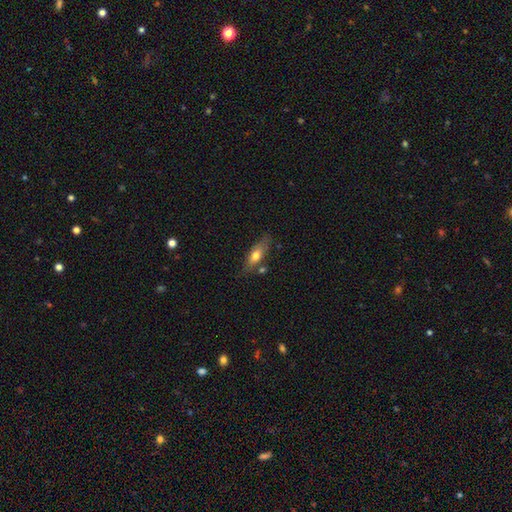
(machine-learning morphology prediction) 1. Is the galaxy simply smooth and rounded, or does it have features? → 63% smooth, 30% featured or disk, 7% star or artifact.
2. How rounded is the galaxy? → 64% in between, 33% cigar-shaped, 3% round.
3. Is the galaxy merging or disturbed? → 67% none, 19% minor disturbance, 9% merger, 4% major disturbance.